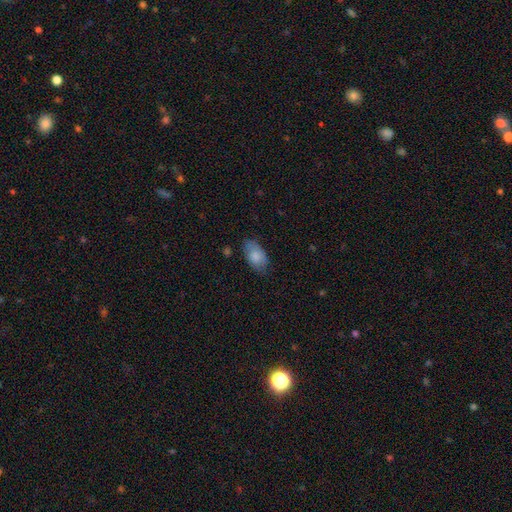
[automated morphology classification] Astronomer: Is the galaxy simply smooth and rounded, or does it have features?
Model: smooth — 80%.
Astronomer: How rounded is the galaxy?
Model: in between — 93%.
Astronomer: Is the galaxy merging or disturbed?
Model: none — 68%.